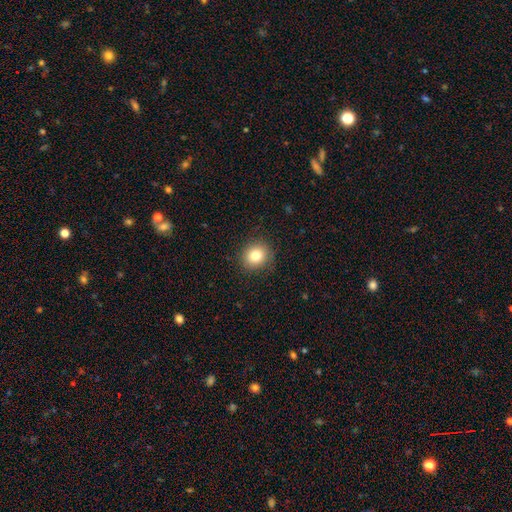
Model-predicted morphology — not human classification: A smooth galaxy with no disk features (81%) that is round (81%). Merging: none (89%).